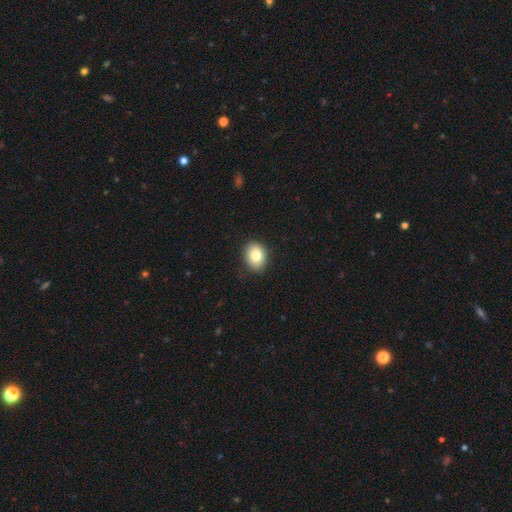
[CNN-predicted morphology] This appears to be a smooth galaxy with no disk features (81%) that is in between round and cigar-shaped (60%). Merging: none (87%).